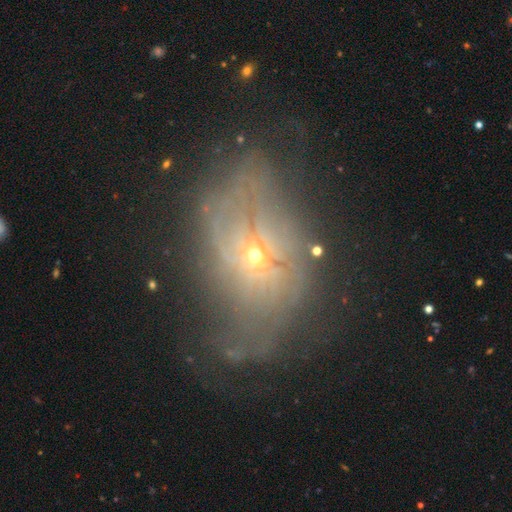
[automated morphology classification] Smooth or featured?
  - featured or disk: 60% *
  - smooth: 23%
  - star or artifact: 17%
Edge-on disk?
  - no: 93% *
  - yes: 7%
Bar?
  - no: 80% *
  - weak: 16%
  - strong: 4%
Spiral arms?
  - no: 55% *
  - yes: 45%
Bulge size?
  - small: 72% *
  - moderate: 22%
  - none: 3%
  - large: 2%
  - dominant: 1%
Merging?
  - none: 43% *
  - major disturbance: 28%
  - minor disturbance: 25%
  - merger: 3%